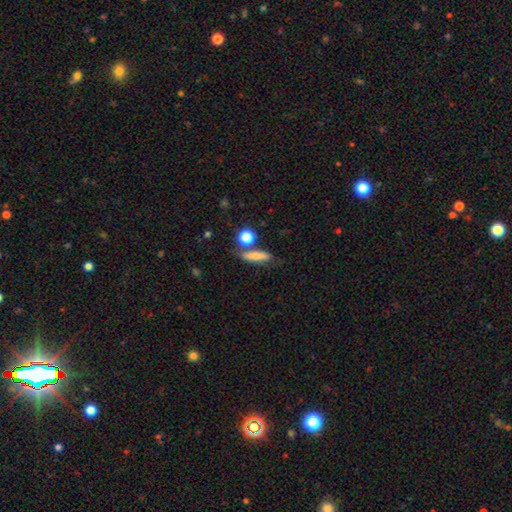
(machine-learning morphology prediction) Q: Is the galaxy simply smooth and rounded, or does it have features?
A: smooth — 72%.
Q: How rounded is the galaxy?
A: cigar-shaped — 59%.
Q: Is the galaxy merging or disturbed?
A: none — 63%.